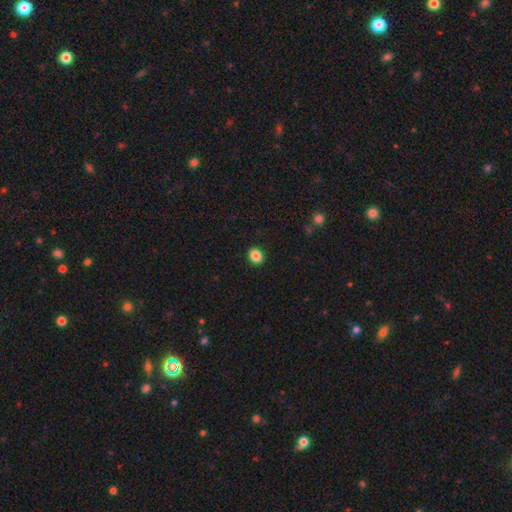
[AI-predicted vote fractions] smooth-or-featured: smooth: 87% | star or artifact: 9% | featured or disk: 4%
  how-rounded: round: 57% | in between: 42% | cigar-shaped: 1%
  merging: none: 92% | minor disturbance: 6% | major disturbance: 2% | merger: 1%